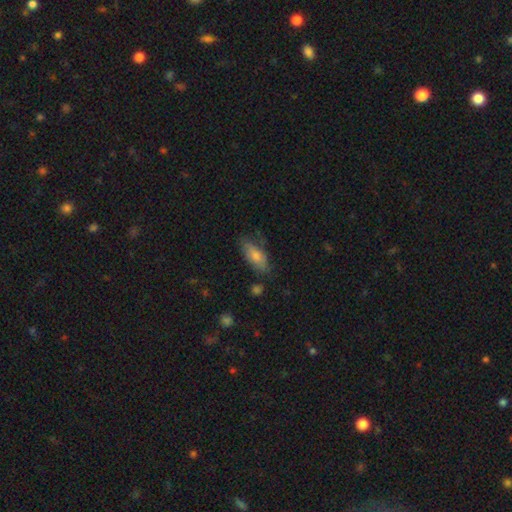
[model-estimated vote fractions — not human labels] A smooth galaxy with no disk features (71%) that is in between round and cigar-shaped (76%).

Vote fractions:
- Smooth or featured? smooth: 71% / featured or disk: 21% / star or artifact: 8%
- How rounded? in between: 76% / cigar-shaped: 21% / round: 3%
- Merging? none: 68% / minor disturbance: 24% / major disturbance: 6% / merger: 3%